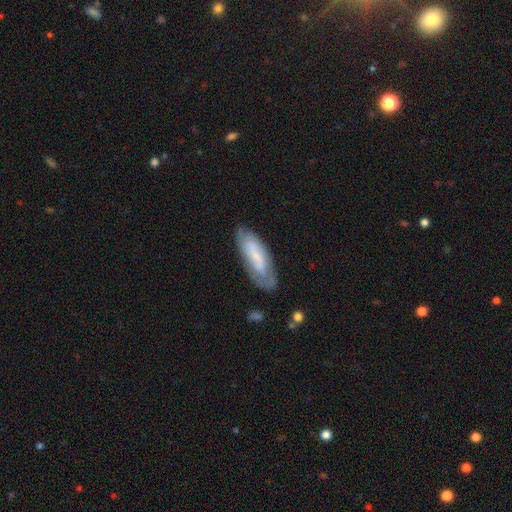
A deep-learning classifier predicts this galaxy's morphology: A featured or disk galaxy (50%).

Vote fractions:
- Smooth or featured? featured or disk: 50% / smooth: 43% / star or artifact: 7%
- Edge-on disk? no: 82% / yes: 18%
- Merging? none: 69% / minor disturbance: 21% / major disturbance: 7% / merger: 2%